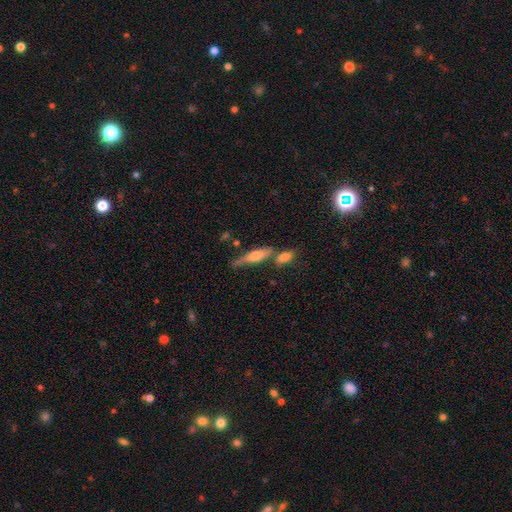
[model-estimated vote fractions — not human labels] smooth-or-featured: smooth: 50% | featured or disk: 43% | star or artifact: 7%
  merging: none: 57% | merger: 21% | minor disturbance: 17% | major disturbance: 5%